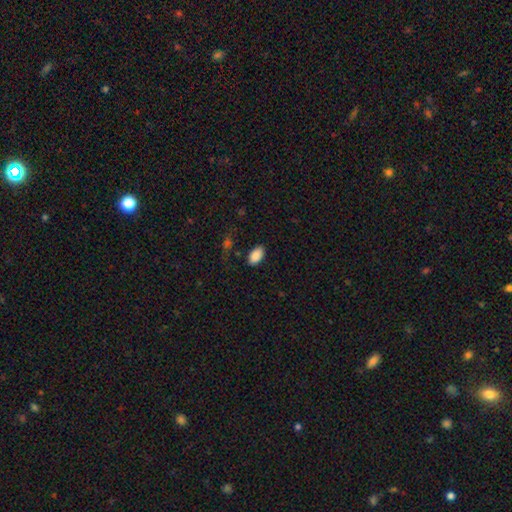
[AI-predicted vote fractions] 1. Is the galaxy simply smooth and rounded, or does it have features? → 89% smooth, 7% star or artifact, 4% featured or disk.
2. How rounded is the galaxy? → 94% in between, 4% round, 2% cigar-shaped.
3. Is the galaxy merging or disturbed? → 84% none, 11% minor disturbance, 3% major disturbance, 2% merger.